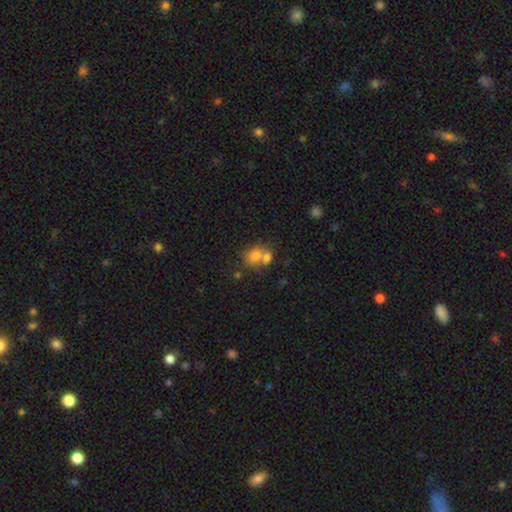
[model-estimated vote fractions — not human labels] The model was most divided on "how rounded": round: 50%, in between: 49%, cigar-shaped: 1%. More confident: smooth or featured — smooth (74%); merging — merger (52%).